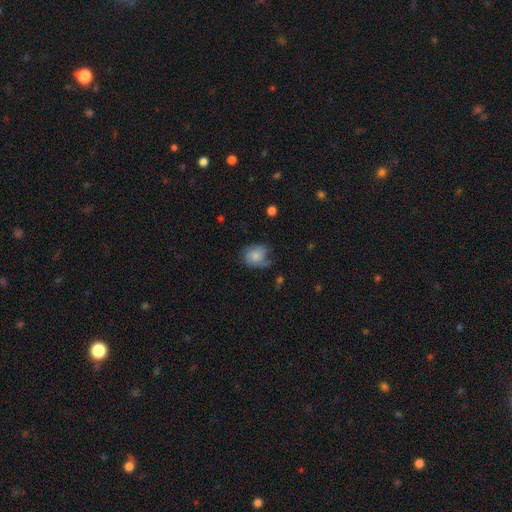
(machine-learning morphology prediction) A smooth galaxy with no disk features (63%) that is round (51%).

Vote fractions:
- Smooth or featured? smooth: 63% / featured or disk: 29% / star or artifact: 8%
- How rounded? round: 51% / in between: 48% / cigar-shaped: 1%
- Merging? none: 48% / minor disturbance: 32% / major disturbance: 17% / merger: 3%